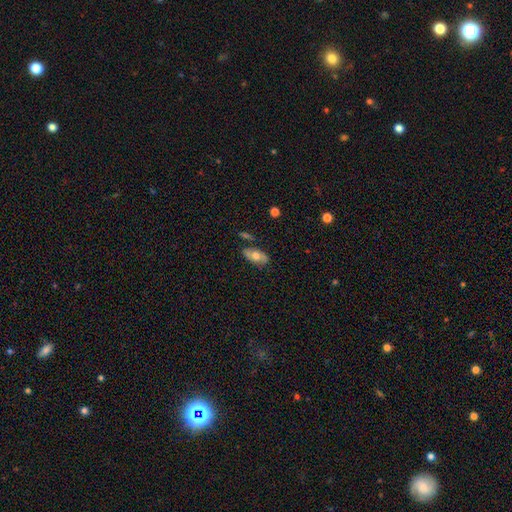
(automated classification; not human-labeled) Morphology: type=smooth (60%); roundness=in between (90%); merging=none (76%).